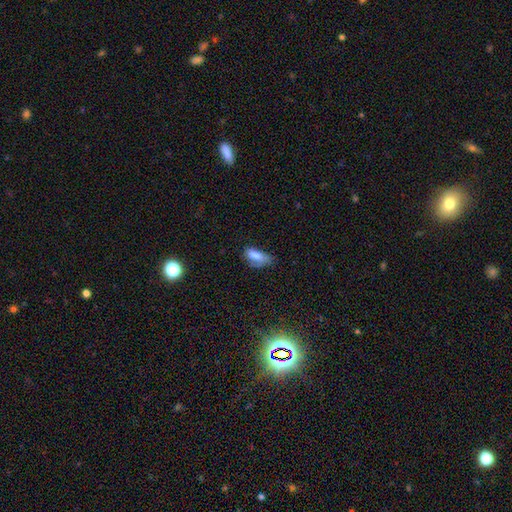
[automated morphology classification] A smooth galaxy with no disk features (77%) that is in between round and cigar-shaped (81%).

Vote fractions:
- Smooth or featured? smooth: 77% / featured or disk: 12% / star or artifact: 11%
- How rounded? in between: 81% / cigar-shaped: 16% / round: 3%
- Merging? minor disturbance: 37% (tied) / none: 37% (tied) / major disturbance: 20% / merger: 6%